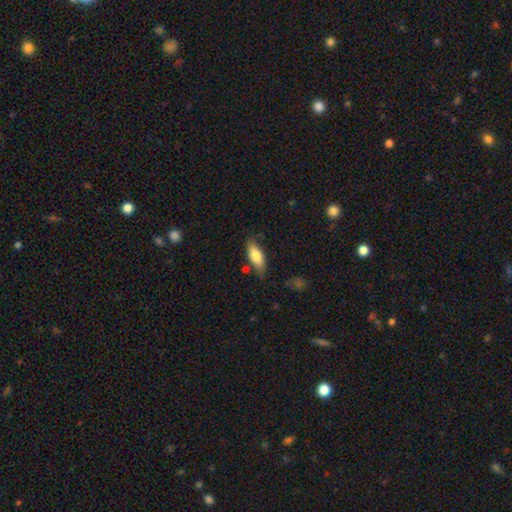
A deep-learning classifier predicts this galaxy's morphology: Smooth or featured: smooth — 78% (featured or disk — 16%)
How rounded: in between — 78% (cigar-shaped — 20%)
Merging: none — 69% (minor disturbance — 22%)